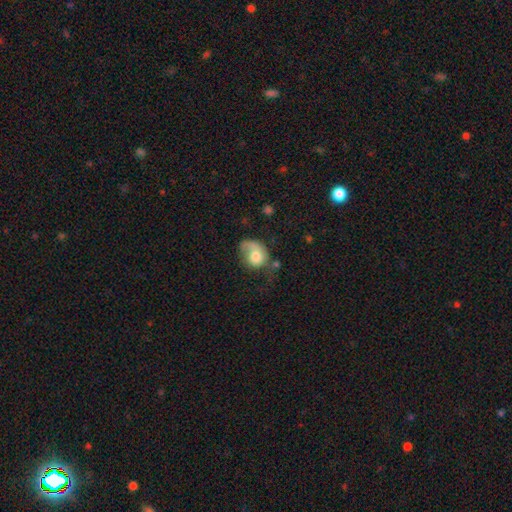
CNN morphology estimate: Smooth or featured? smooth (63%)
How rounded? in between (52%)
Merging? major disturbance (37%)